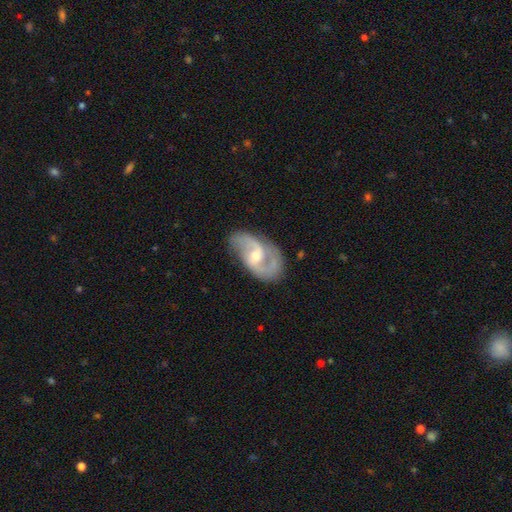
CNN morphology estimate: Q: Smooth or featured?
A: featured or disk (87%); runner-up: smooth (8%)
Q: Edge-on disk?
A: no (97%); runner-up: yes (3%)
Q: Bar?
A: weak (48%); runner-up: no (38%)
Q: Spiral arms?
A: yes (95%); runner-up: no (5%)
Q: Spiral winding?
A: medium (51%); runner-up: loose (32%)
Q: Spiral arm count?
A: 2 (88%); runner-up: can't tell (5%)
Q: Bulge size?
A: moderate (54%); runner-up: small (41%)
Q: Merging?
A: none (73%); runner-up: minor disturbance (18%)